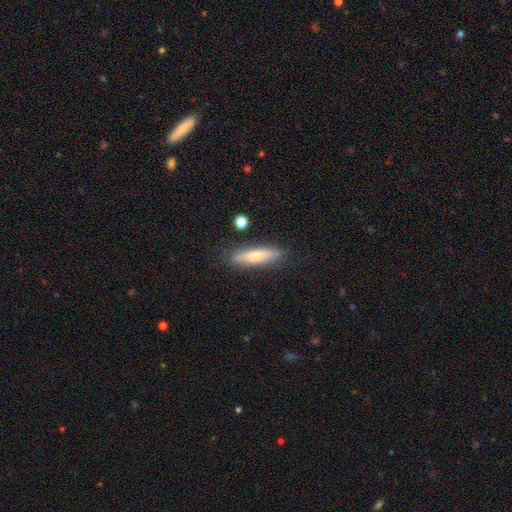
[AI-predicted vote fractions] Smooth or featured? Predicted: smooth (p=0.64). How rounded? Predicted: cigar-shaped (p=0.80). Merging? Predicted: none (p=0.82).